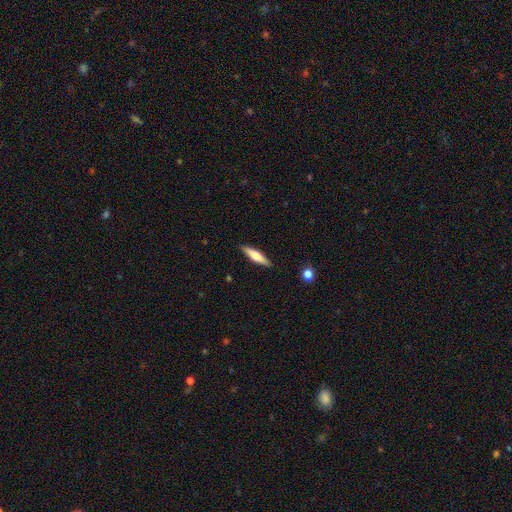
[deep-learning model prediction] A smooth galaxy with no disk features (51%) that is cigar-shaped (77%). Merging: none (89%).